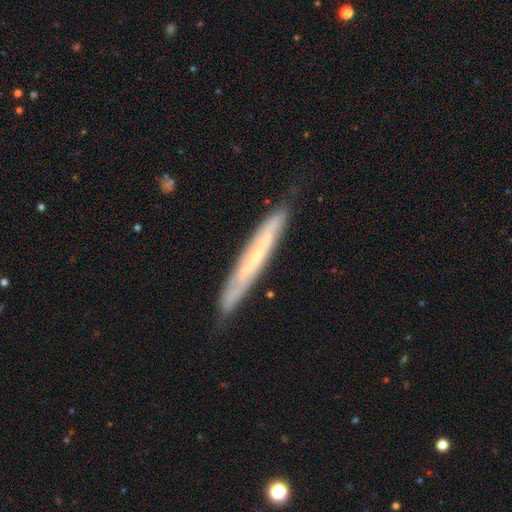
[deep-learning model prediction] This is likely a featured or disk galaxy (62%). It is likely viewed edge-on (74%). Merging: likely none (80%).